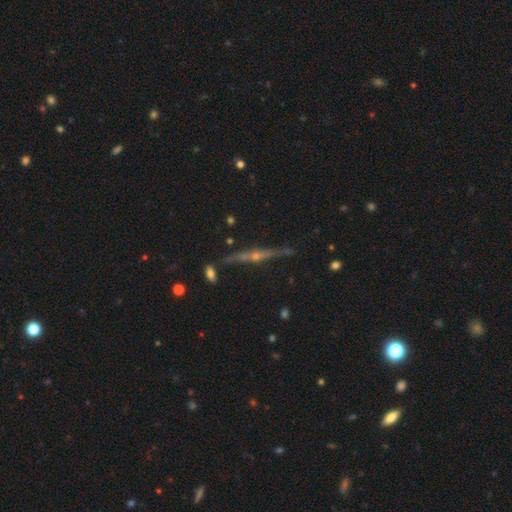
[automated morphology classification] Smooth or featured? Predicted: featured or disk (p=0.81). Edge-on disk? Predicted: yes (p=0.97). Edge-on bulge? Predicted: rounded (p=0.88). Merging? Predicted: none (p=0.83).